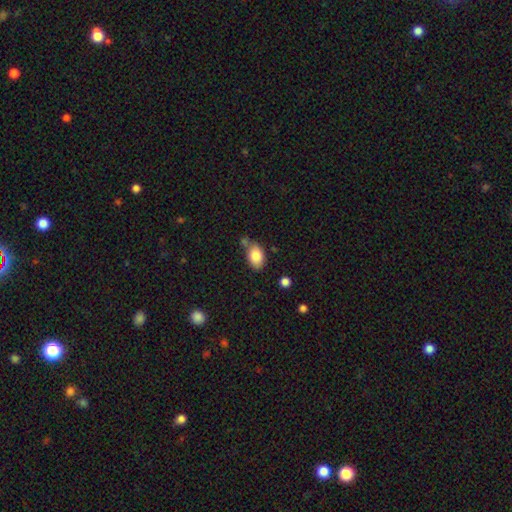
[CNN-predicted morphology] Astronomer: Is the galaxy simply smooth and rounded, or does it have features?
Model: smooth — 83%.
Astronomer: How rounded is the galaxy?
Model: in between — 86%.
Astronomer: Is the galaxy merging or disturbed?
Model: none — 59%.